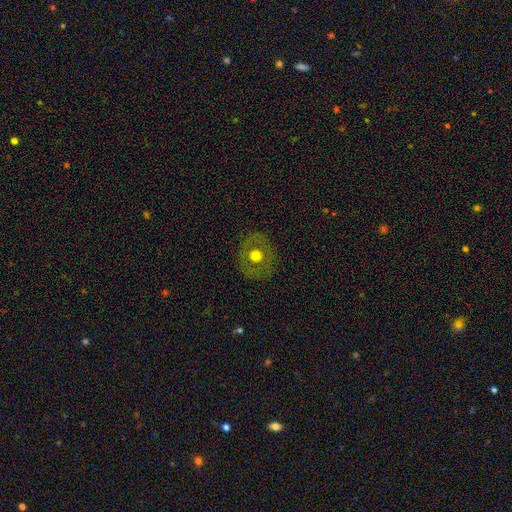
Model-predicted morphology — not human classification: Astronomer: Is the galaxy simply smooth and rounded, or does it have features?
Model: smooth — 54% (runner-up: featured or disk, 37%).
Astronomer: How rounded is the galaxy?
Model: round — 86%.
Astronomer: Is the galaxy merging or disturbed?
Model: none — 85%.